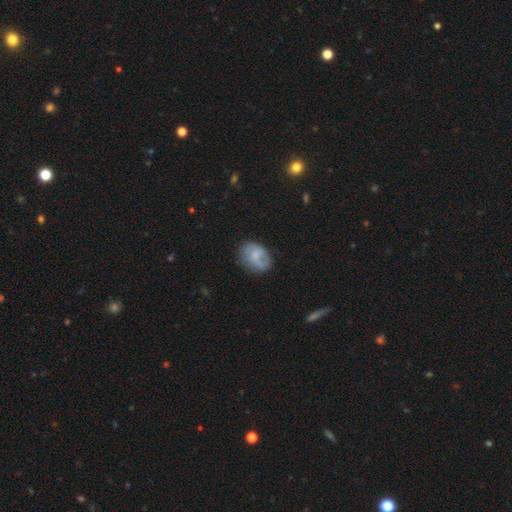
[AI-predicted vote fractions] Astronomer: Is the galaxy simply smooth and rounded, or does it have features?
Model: smooth — 57% (runner-up: featured or disk, 35%).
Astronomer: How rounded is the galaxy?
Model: in between — 71%.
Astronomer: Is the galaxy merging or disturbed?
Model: none — 62%.